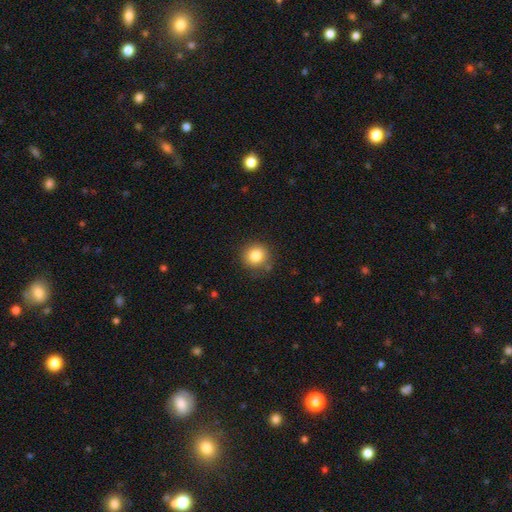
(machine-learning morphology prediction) This appears to be a smooth galaxy with no disk features (83%) that is round (91%). Merging: none (85%).